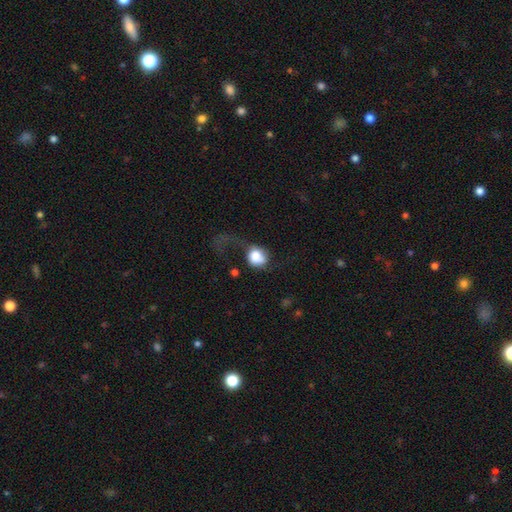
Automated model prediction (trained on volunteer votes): Smooth or featured? Predicted: smooth (p=0.73). How rounded? Predicted: round (p=0.66). Merging? Predicted: major disturbance (p=0.57).